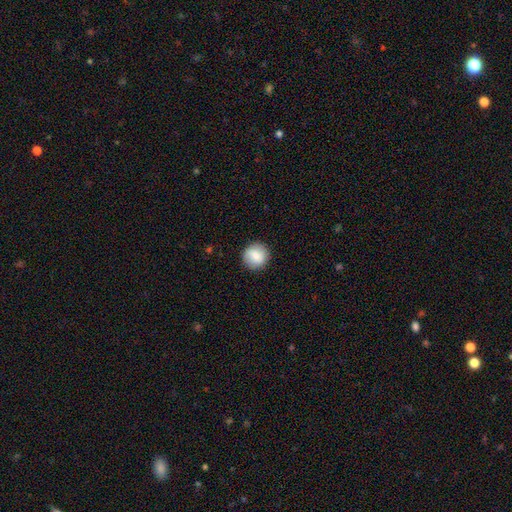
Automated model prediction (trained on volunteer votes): Smooth or featured? Predicted: smooth (p=0.82). How rounded? Predicted: round (p=0.92). Merging? Predicted: none (p=0.88).